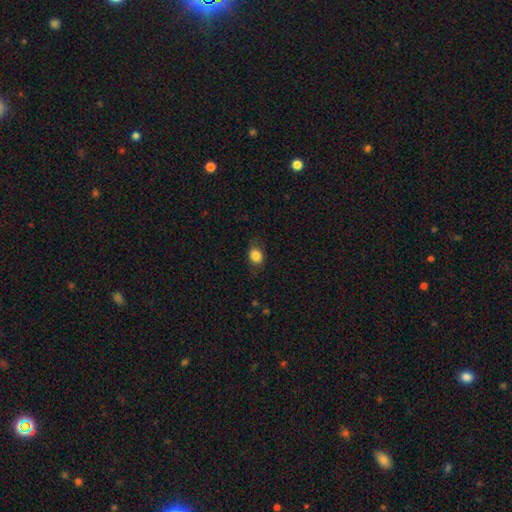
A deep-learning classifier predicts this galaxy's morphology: A smooth galaxy with no disk features (85%) that is round (56%). Merging: none (78%).